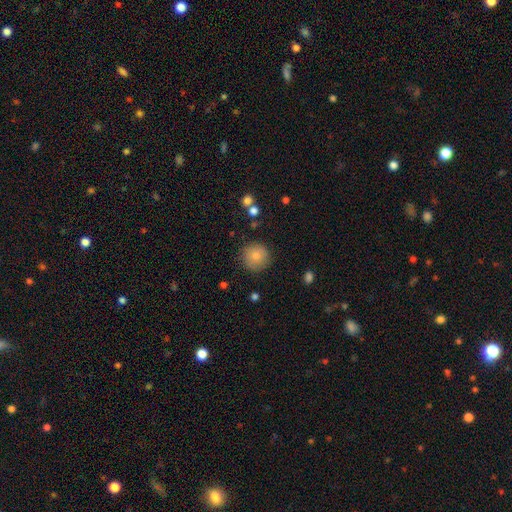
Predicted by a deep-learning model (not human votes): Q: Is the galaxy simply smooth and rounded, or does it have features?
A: smooth — 81%.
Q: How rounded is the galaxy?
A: round — 95%.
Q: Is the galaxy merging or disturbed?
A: none — 87%.